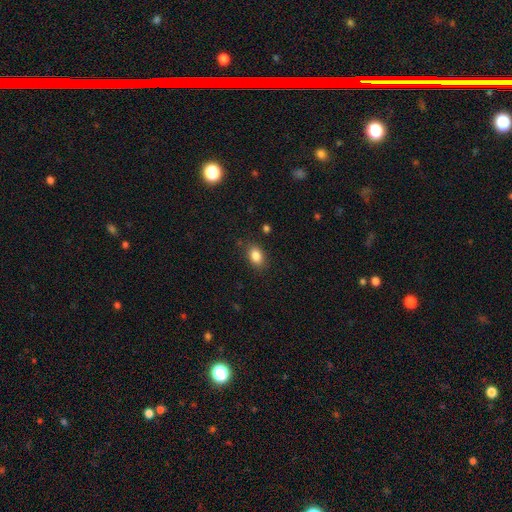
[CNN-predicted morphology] smooth_or_featured: smooth (p=0.85) [alt: star or artifact p=0.09]
how_rounded: in between (p=0.80) [alt: round p=0.18]
merging: none (p=0.84) [alt: minor disturbance p=0.11]